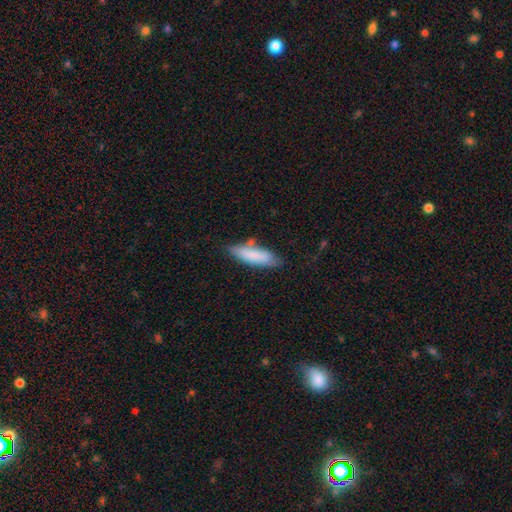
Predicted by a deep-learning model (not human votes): The model was most divided on "how rounded": cigar-shaped: 56%, in between: 42%, round: 2%. More confident: smooth or featured — smooth (81%); merging — none (66%).